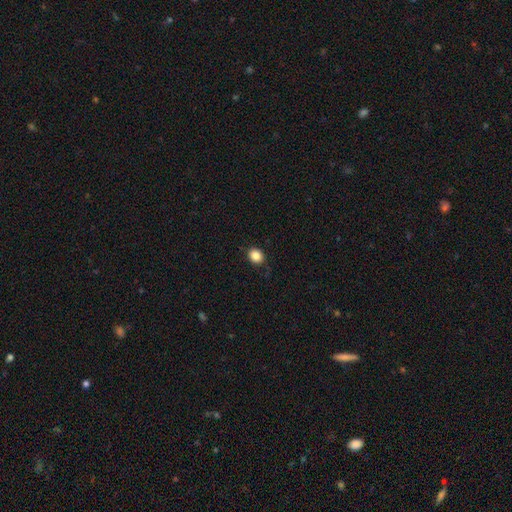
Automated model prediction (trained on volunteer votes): Q: Smooth or featured?
A: smooth (86%); runner-up: star or artifact (10%)
Q: How rounded?
A: round (57%); runner-up: in between (42%)
Q: Merging?
A: none (84%); runner-up: minor disturbance (12%)